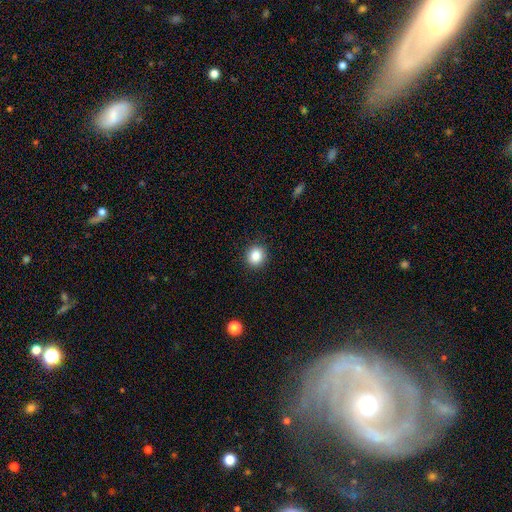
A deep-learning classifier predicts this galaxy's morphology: Smooth or featured: smooth — 85% (star or artifact — 10%)
How rounded: round — 83% (in between — 16%)
Merging: none — 90% (minor disturbance — 7%)